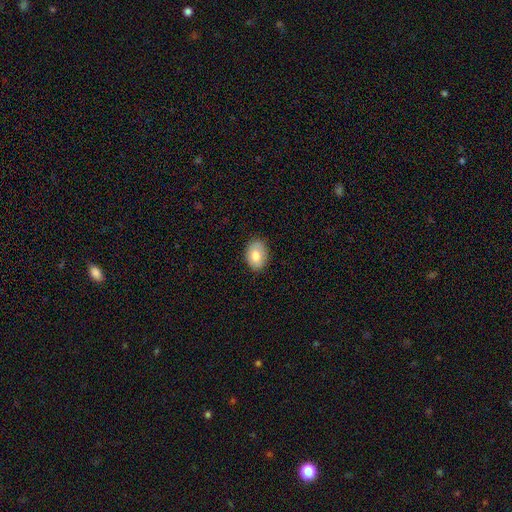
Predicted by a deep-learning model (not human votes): This appears to be a smooth galaxy with no disk features (77%) that is in between round and cigar-shaped (71%). Merging: none (82%).